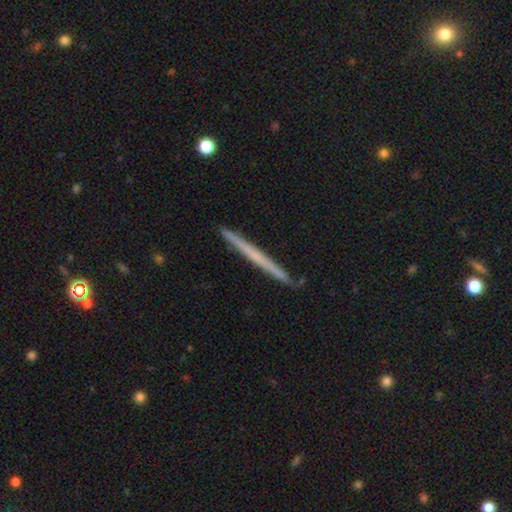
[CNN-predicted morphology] Overall: featured or disk (55%; smooth 40%). Edge-on disk: yes (98%). Edge-on bulge: none (85%). Merging: none (91%).